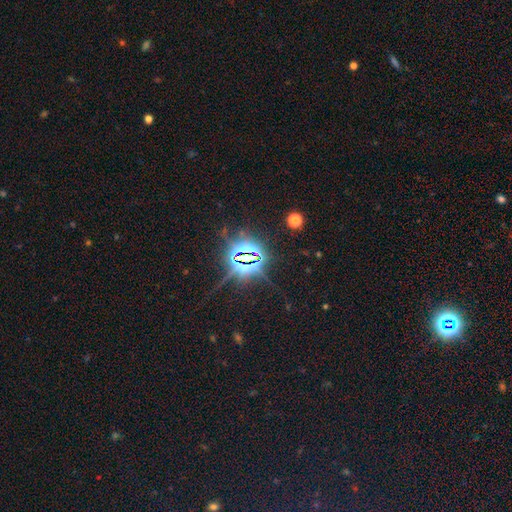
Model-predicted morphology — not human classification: A star or artifact, not a galaxy (84%).

Vote fractions:
- Smooth or featured? star or artifact: 84% / featured or disk: 8% / smooth: 7%